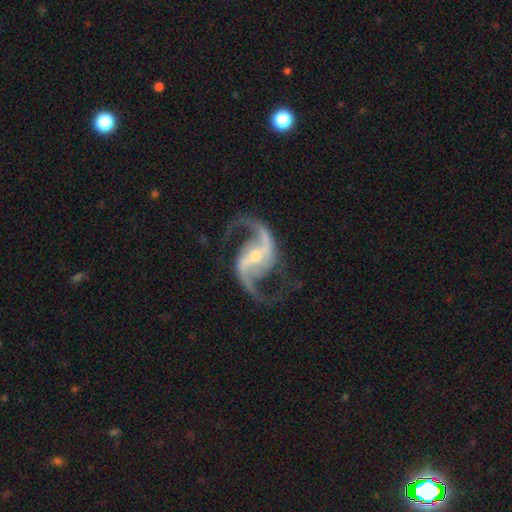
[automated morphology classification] This is clearly a featured or disk galaxy (94%). It is clearly not viewed edge-on (98%). Bar: possibly strong (49%). Spiral arm pattern: clearly yes (98%). Spiral arm count: clearly 2 (95%). Spiral winding: possibly loose (54%). Central bulge: possibly small (48%). Merging: clearly none (81%).